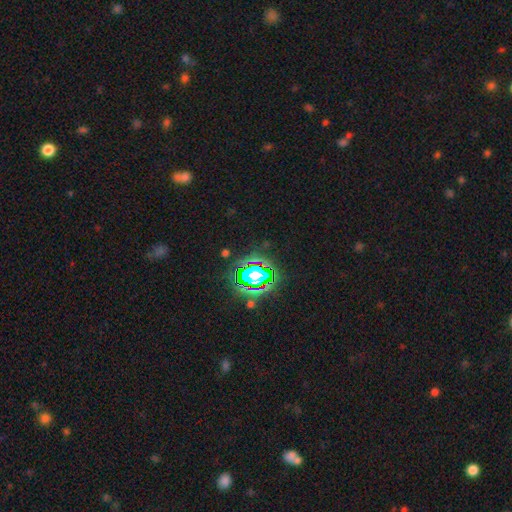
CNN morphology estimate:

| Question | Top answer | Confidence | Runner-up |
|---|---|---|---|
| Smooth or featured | star or artifact | 79% | smooth (14%) |